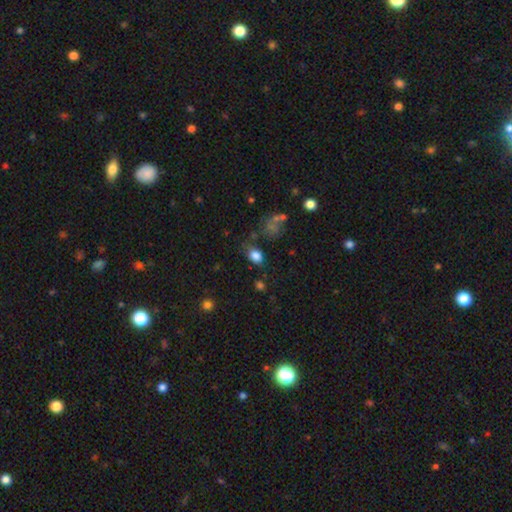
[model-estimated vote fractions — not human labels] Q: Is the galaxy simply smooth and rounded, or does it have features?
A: smooth — 82%.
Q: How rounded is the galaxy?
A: in between — 75%.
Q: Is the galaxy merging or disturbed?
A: none — 66%.